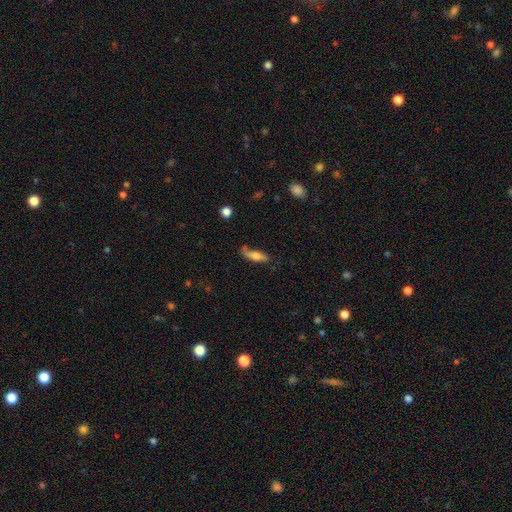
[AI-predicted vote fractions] A smooth galaxy with no disk features (61%) that is cigar-shaped (52%). Merging: none (56%).